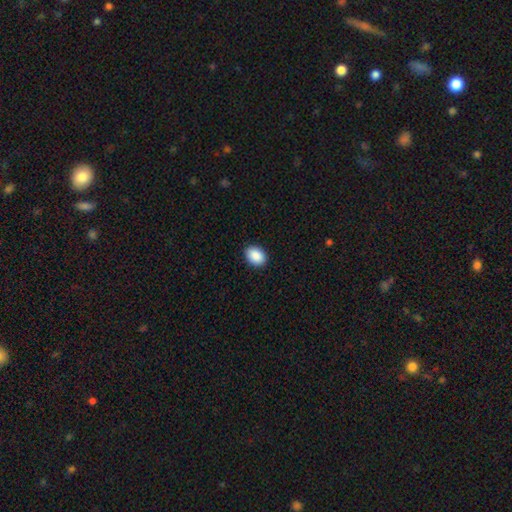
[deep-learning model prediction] Smooth or featured? Predicted: smooth (p=0.90). How rounded? Predicted: in between (p=0.72). Merging? Predicted: none (p=0.90).